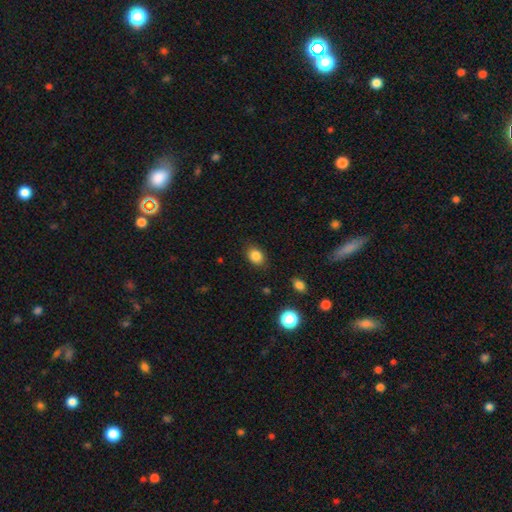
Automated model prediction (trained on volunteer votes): Smooth or featured?
  - smooth: 85% *
  - star or artifact: 10%
  - featured or disk: 5%
How rounded?
  - in between: 61% *
  - round: 38%
  - cigar-shaped: 1%
Merging?
  - none: 84% *
  - minor disturbance: 11%
  - major disturbance: 3%
  - merger: 1%